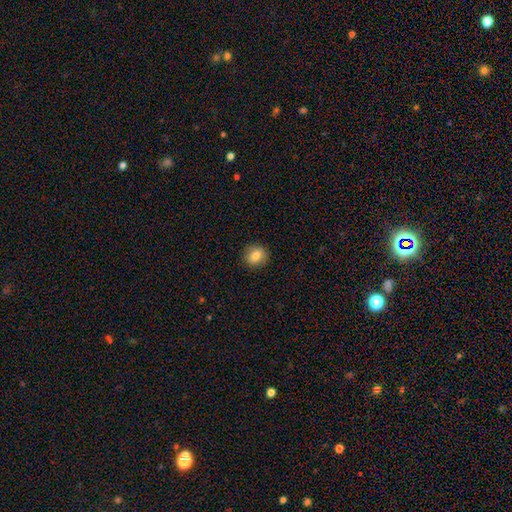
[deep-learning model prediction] A smooth galaxy with no disk features (82%) that is round (85%). Merging: none (90%).